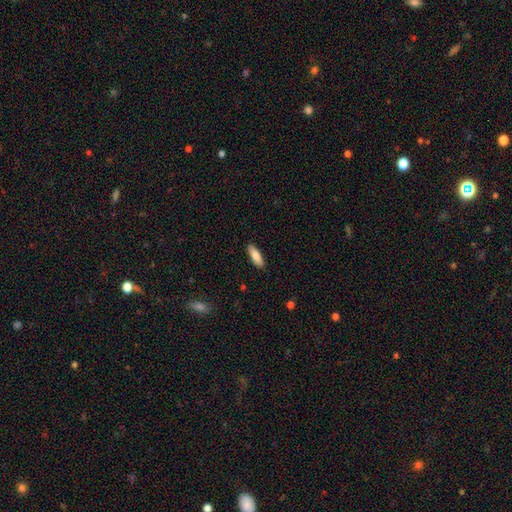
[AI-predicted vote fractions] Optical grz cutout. It shows a smooth galaxy with no disk features (82%) that is in between round and cigar-shaped (55%). Merging: none (88%).